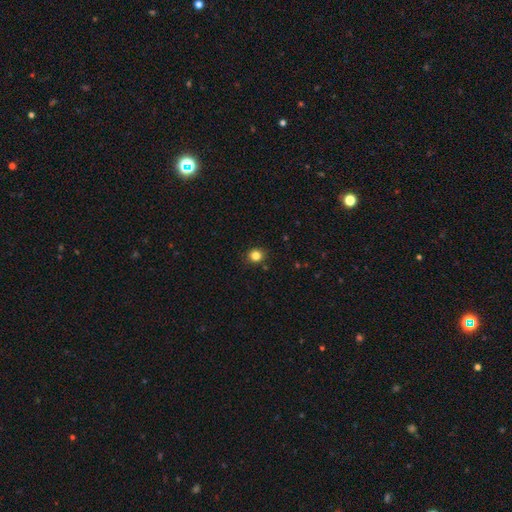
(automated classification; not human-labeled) Q: Smooth or featured?
A: smooth (83%); runner-up: star or artifact (12%)
Q: How rounded?
A: round (86%); runner-up: in between (13%)
Q: Merging?
A: none (90%); runner-up: minor disturbance (7%)